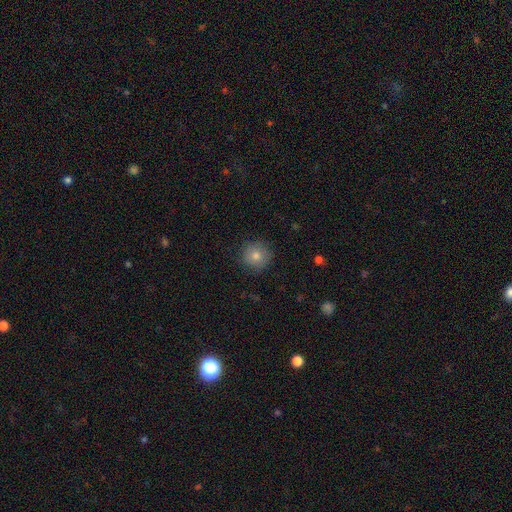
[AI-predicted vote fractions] smooth_or_featured: smooth (p=0.75) [alt: star or artifact p=0.13]
how_rounded: round (p=0.95) [alt: in between p=0.04]
merging: none (p=0.88) [alt: minor disturbance p=0.09]